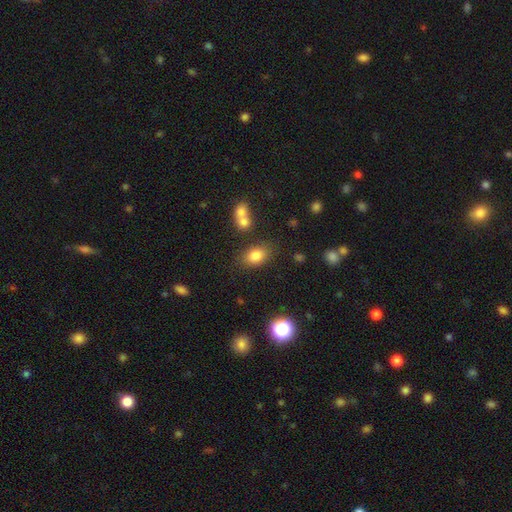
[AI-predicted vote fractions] smooth-or-featured: smooth: 81% | star or artifact: 10% | featured or disk: 9%
  how-rounded: in between: 80% | round: 19% | cigar-shaped: 2%
  merging: none: 75% | minor disturbance: 13% | merger: 9% | major disturbance: 4%